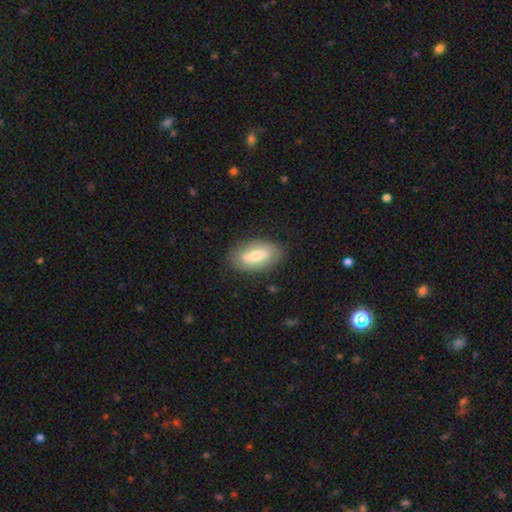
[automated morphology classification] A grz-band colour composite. It shows a smooth galaxy with no disk features (53%) that is in between round and cigar-shaped (89%). Merging: none (82%).